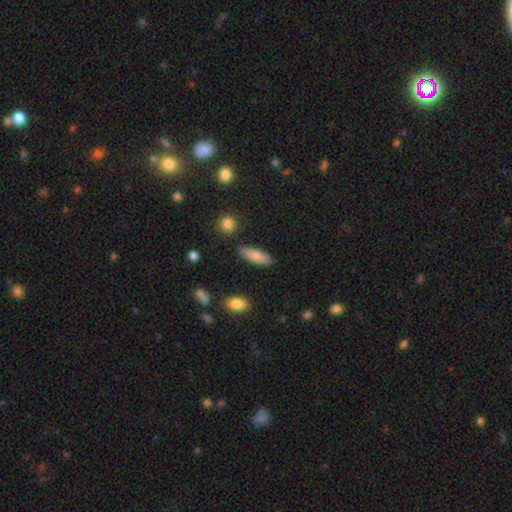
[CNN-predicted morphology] type=smooth (84%); roundness=in between (64%); merging=none (86%).